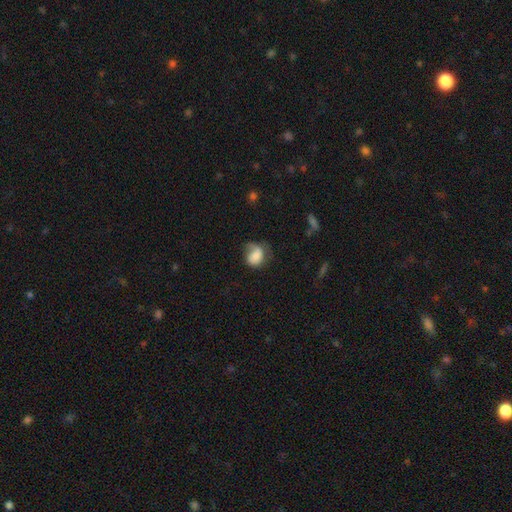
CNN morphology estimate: Smooth or featured: smooth — 69% (featured or disk — 23%)
How rounded: in between — 50% (round — 49%)
Merging: none — 34% (major disturbance — 32%)